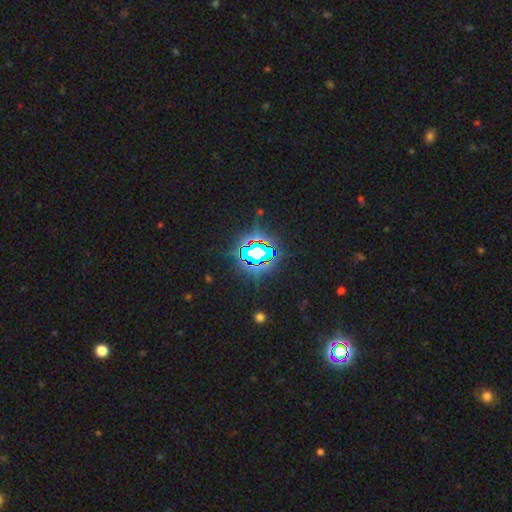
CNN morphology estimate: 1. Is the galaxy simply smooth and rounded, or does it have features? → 76% star or artifact, 13% smooth, 11% featured or disk.